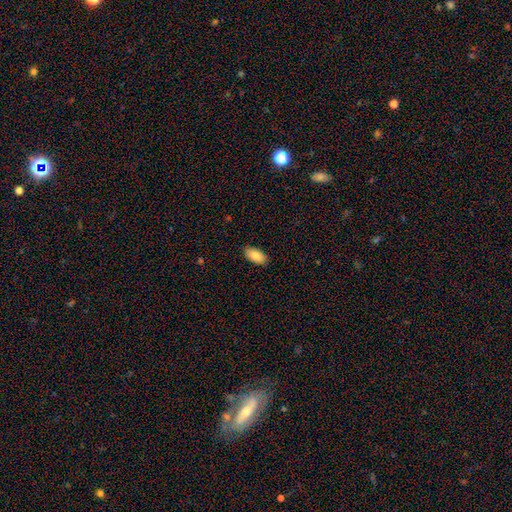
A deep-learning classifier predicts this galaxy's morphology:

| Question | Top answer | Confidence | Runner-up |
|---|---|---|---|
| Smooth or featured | smooth | 88% | star or artifact (6%) |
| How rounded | in between | 95% | cigar-shaped (3%) |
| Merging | none | 88% | minor disturbance (9%) |